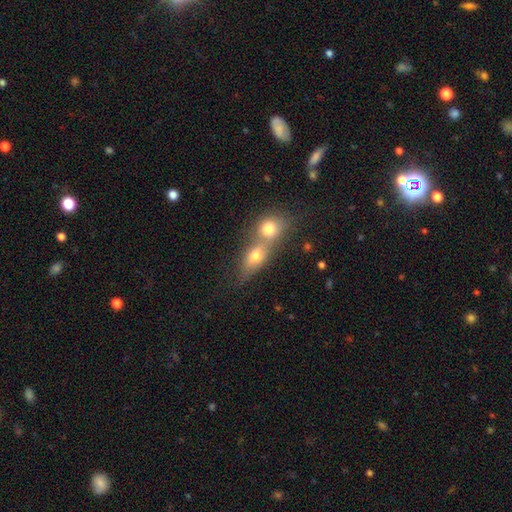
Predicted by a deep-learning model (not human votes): This is likely a smooth galaxy (71%). How rounded: possibly in between (53%). Merging: likely merger (69%).